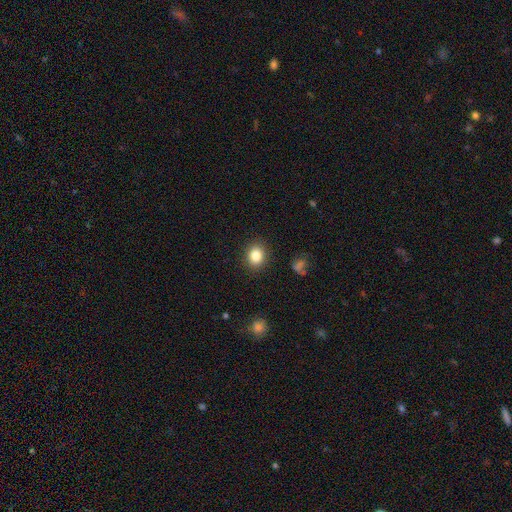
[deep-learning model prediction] A smooth galaxy with no disk features (84%) that is round (62%). Merging: none (89%).